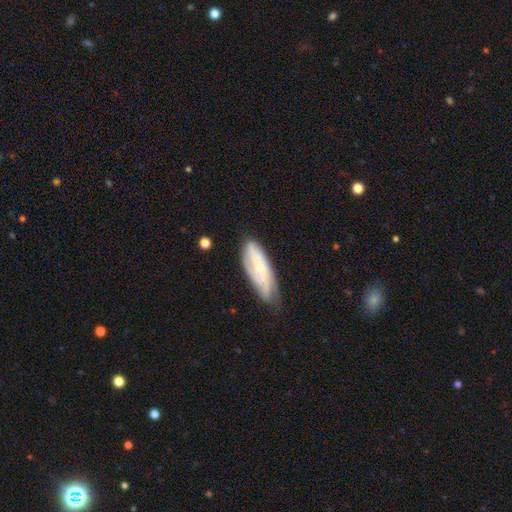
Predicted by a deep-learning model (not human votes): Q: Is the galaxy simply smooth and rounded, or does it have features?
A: featured or disk — 58%.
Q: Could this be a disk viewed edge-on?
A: no — 84%.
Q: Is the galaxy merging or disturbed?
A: none — 58%.